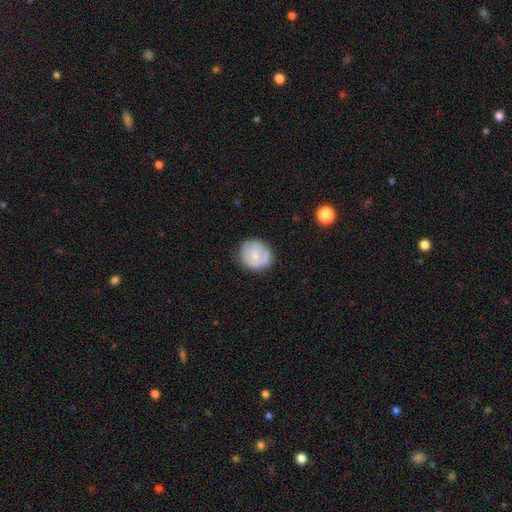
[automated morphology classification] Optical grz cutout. It shows a smooth galaxy with no disk features (61%) that is round (82%). Merging: none (75%).